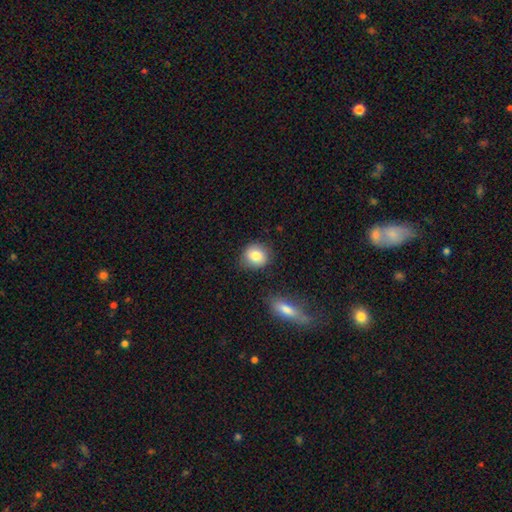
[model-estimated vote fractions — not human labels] Smooth or featured: smooth — 84% (featured or disk — 8%)
How rounded: round — 78% (in between — 21%)
Merging: none — 79% (minor disturbance — 14%)